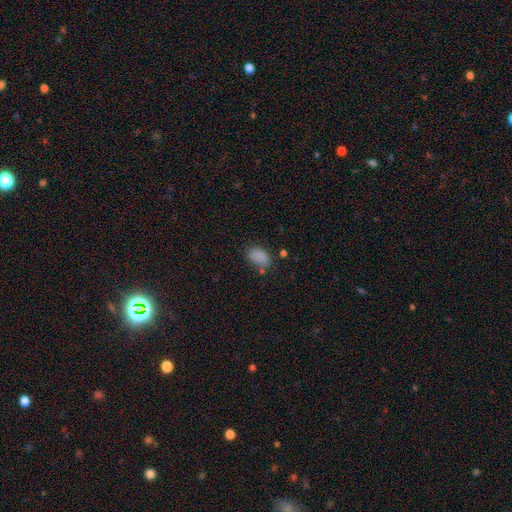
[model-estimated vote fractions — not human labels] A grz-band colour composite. It shows a smooth galaxy with no disk features (77%) that is in between round and cigar-shaped (89%). Merging: none (67%).